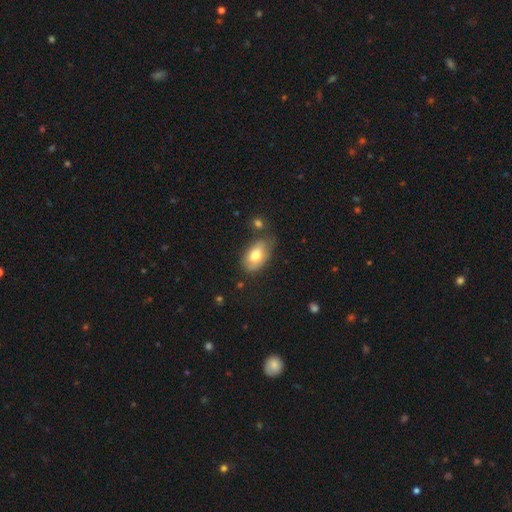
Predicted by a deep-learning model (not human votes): smooth-or-featured: smooth: 74% | featured or disk: 19% | star or artifact: 7%
  how-rounded: in between: 90% | round: 8% | cigar-shaped: 2%
  merging: none: 53% | minor disturbance: 30% | major disturbance: 9% | merger: 8%